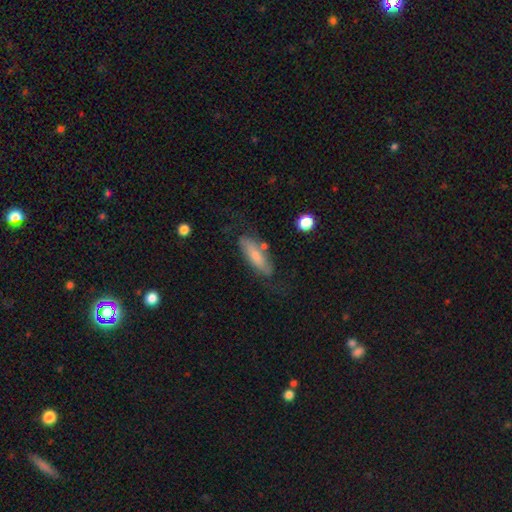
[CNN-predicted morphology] smooth-or-featured: smooth: 63% | featured or disk: 30% | star or artifact: 7%
  how-rounded: cigar-shaped: 52% | in between: 46% | round: 2%
  merging: none: 63% | minor disturbance: 22% | major disturbance: 10% | merger: 5%